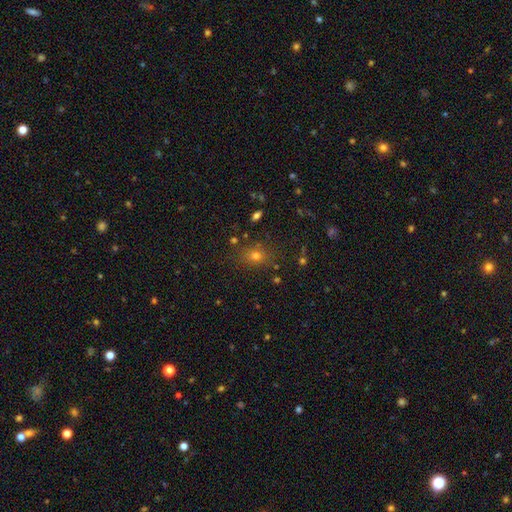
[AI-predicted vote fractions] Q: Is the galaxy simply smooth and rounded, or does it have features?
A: smooth — 64%.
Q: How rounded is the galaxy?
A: round — 60%.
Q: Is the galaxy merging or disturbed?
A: none — 82%.